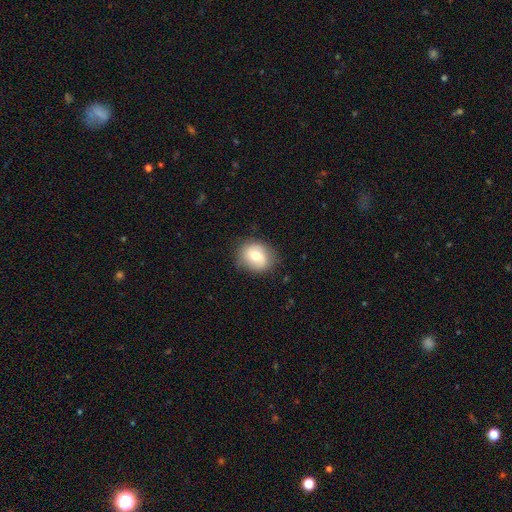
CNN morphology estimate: smooth 65%, featured or disk 27%, star or artifact 8%. Down the decision tree: how rounded — round (61%); merging — none (78%).